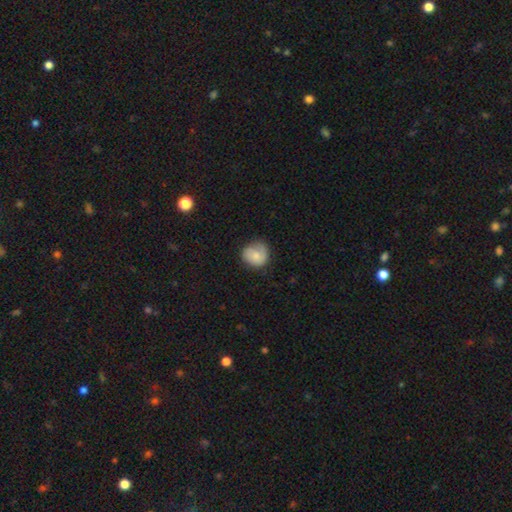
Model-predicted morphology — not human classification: Smooth or featured? Predicted: smooth (p=0.65). How rounded? Predicted: round (p=0.81). Merging? Predicted: none (p=0.64).